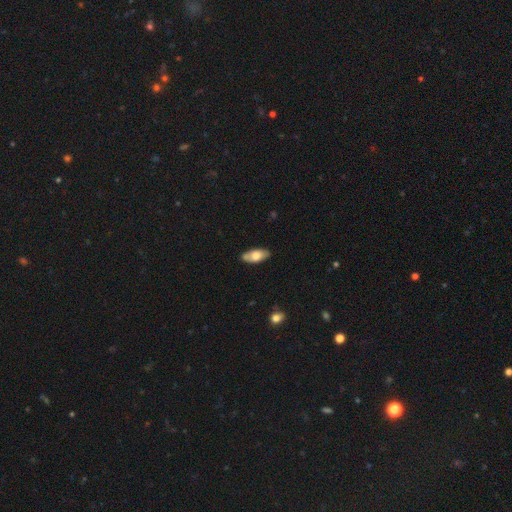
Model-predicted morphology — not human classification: smooth 65%, featured or disk 29%, star or artifact 6%. Down the decision tree: how rounded — in between (87%); merging — none (81%).